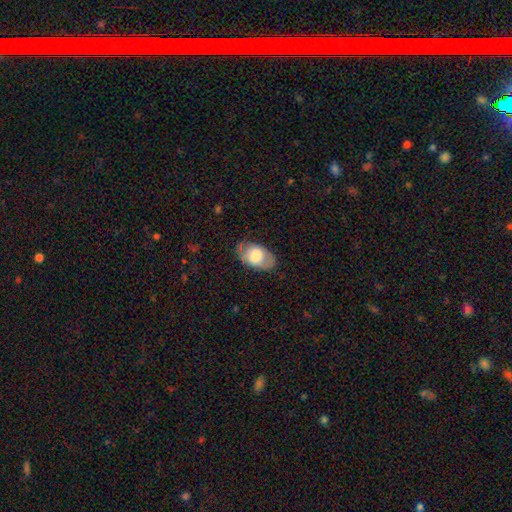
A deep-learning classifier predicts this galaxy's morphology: A smooth galaxy with no disk features (62%) that is in between round and cigar-shaped (91%).

Vote fractions:
- Smooth or featured? smooth: 62% / featured or disk: 31% / star or artifact: 7%
- How rounded? in between: 91% / round: 8% / cigar-shaped: 1%
- Merging? none: 73% / minor disturbance: 19% / major disturbance: 7% / merger: 1%